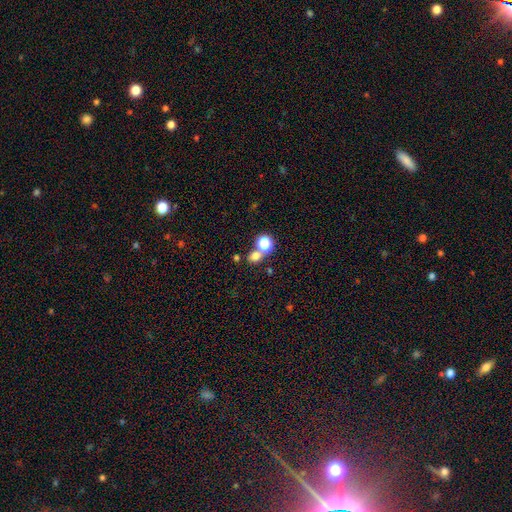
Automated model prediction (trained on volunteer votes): Smooth or featured: smooth — 73% (star or artifact — 18%)
How rounded: round — 69% (in between — 30%)
Merging: none — 47% (merger — 42%)